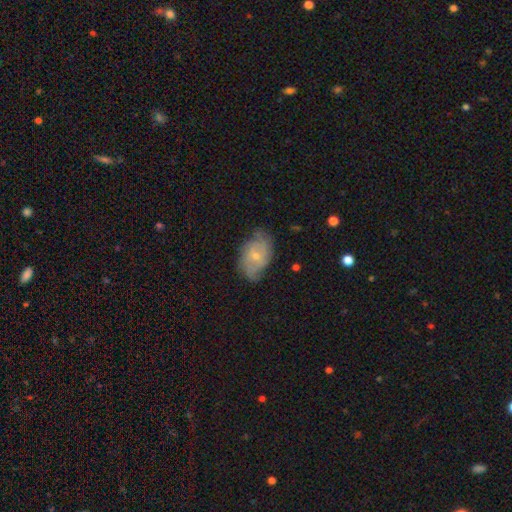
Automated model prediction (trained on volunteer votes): Smooth or featured? Predicted: featured or disk (p=0.65). Edge-on disk? Predicted: no (p=0.96). Bar? Predicted: no (p=0.71). Spiral arms? Predicted: yes (p=0.86). Spiral winding? Predicted: tight (p=0.42). Spiral arm count? Predicted: 2 (p=0.49). Bulge size? Predicted: small (p=0.66). Merging? Predicted: none (p=0.66).